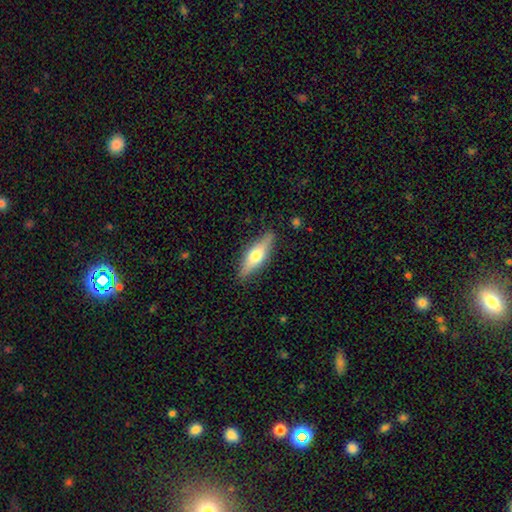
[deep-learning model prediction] smooth 48%, featured or disk 46%, star or artifact 6%. Down the decision tree: merging — none (86%).